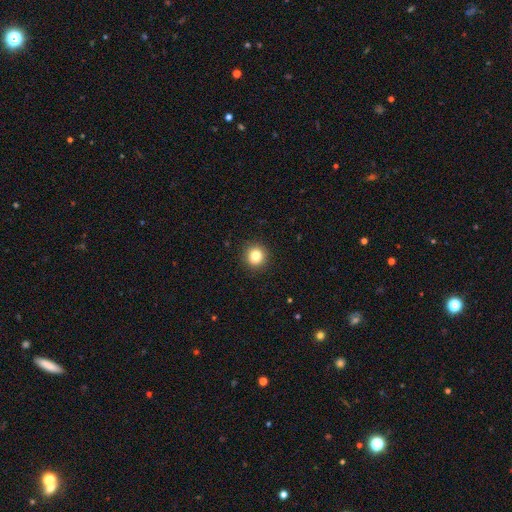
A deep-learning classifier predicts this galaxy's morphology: This appears to be a smooth galaxy with no disk features (82%) that is round (92%). Merging: none (92%).